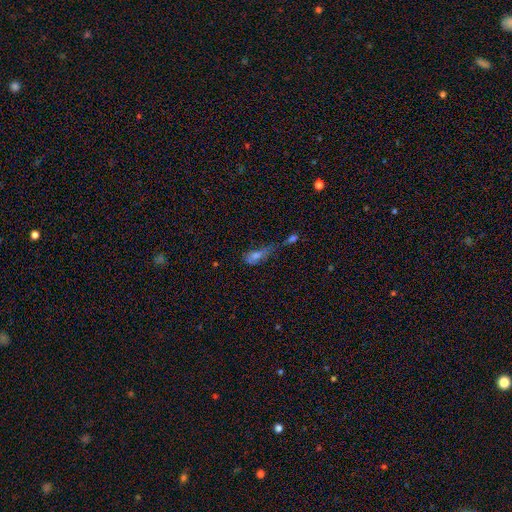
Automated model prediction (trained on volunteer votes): Smooth or featured: smooth — 54% (featured or disk — 26%)
How rounded: in between — 64% (cigar-shaped — 28%)
Merging: merger — 29% (tied with major disturbance — 29%)